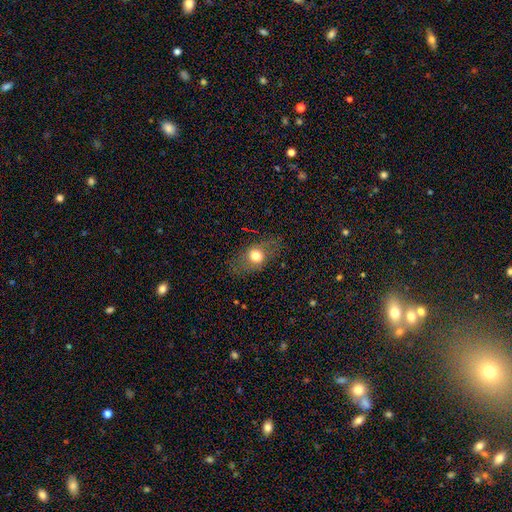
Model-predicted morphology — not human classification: smooth_or_featured: smooth (p=0.65) [alt: featured or disk p=0.23]
how_rounded: in between (p=0.69) [alt: round p=0.28]
merging: none (p=0.74) [alt: minor disturbance p=0.16]